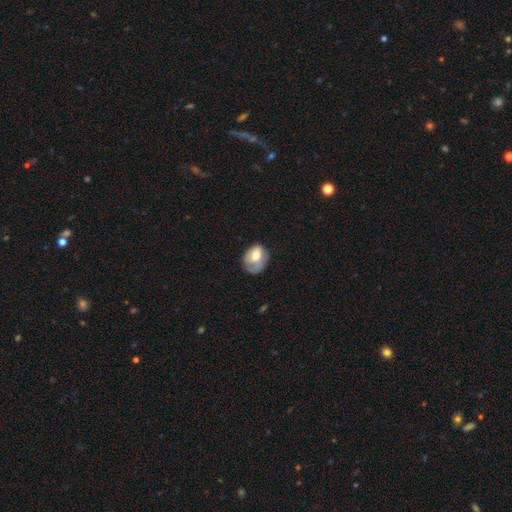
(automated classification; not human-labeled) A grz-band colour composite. It shows a smooth galaxy with no disk features (61%) that is in between round and cigar-shaped (59%). Merging: none (40%).